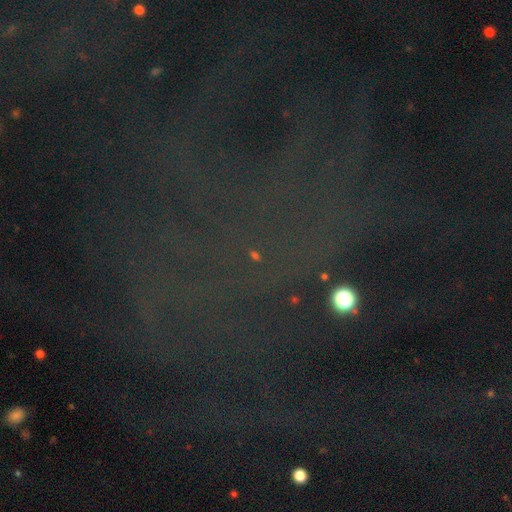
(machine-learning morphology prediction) A star or artifact, not a galaxy (75%).

Vote fractions:
- Smooth or featured? star or artifact: 75% / smooth: 13% / featured or disk: 13%